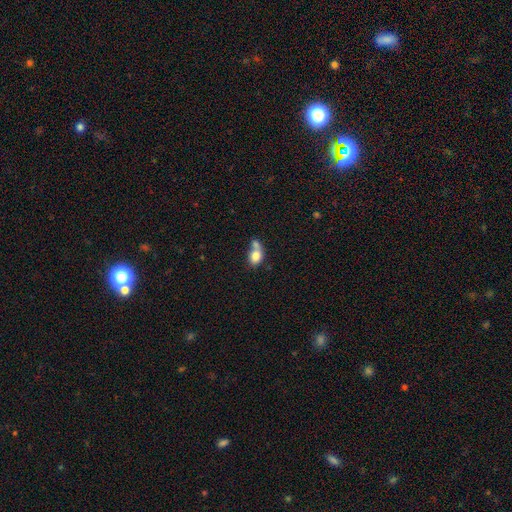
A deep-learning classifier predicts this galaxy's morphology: This appears to be a smooth galaxy with no disk features (77%) that is in between round and cigar-shaped (61%). Merging: merger (57%).